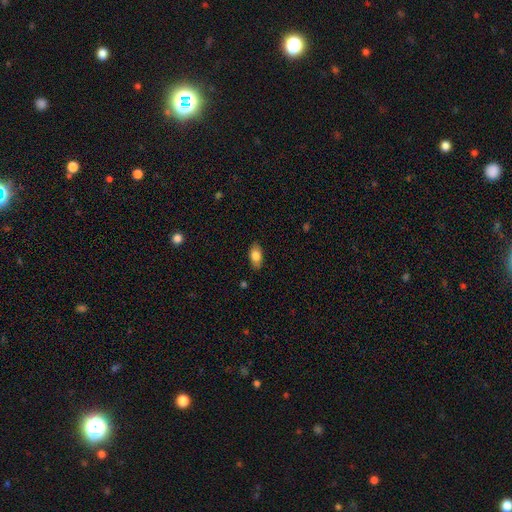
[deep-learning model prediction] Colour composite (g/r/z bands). It shows a smooth galaxy with no disk features (81%) that is in between round and cigar-shaped (91%). Merging: none (86%).